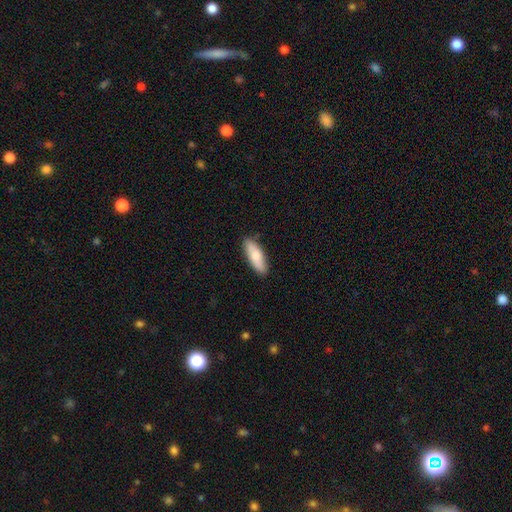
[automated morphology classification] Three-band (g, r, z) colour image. It shows a smooth galaxy with no disk features (76%) that is in between round and cigar-shaped (55%). Merging: none (86%).